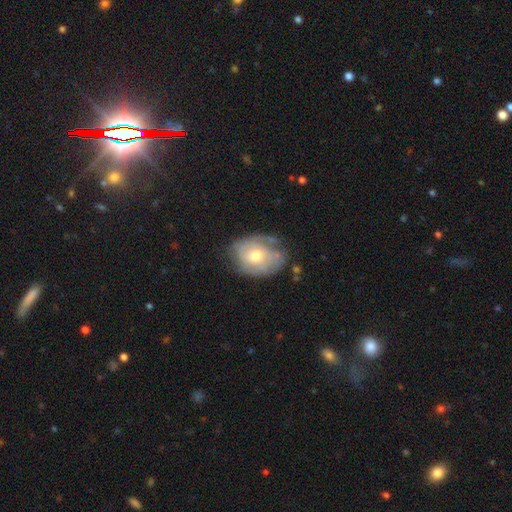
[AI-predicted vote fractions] Morphology: type=featured or disk (63%); edge-on=no (96%); bar=no (72%); spiral arms=yes (75%); bulge=moderate (65%); merging=none (57%).